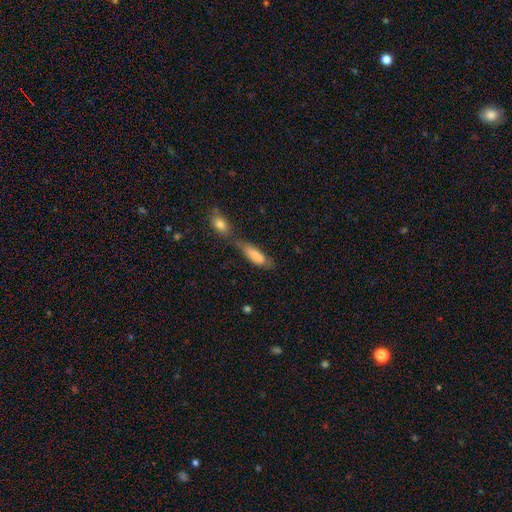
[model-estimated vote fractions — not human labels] This appears to be a smooth galaxy with no disk features (80%) that is in between round and cigar-shaped (56%). Merging: merger (41%).